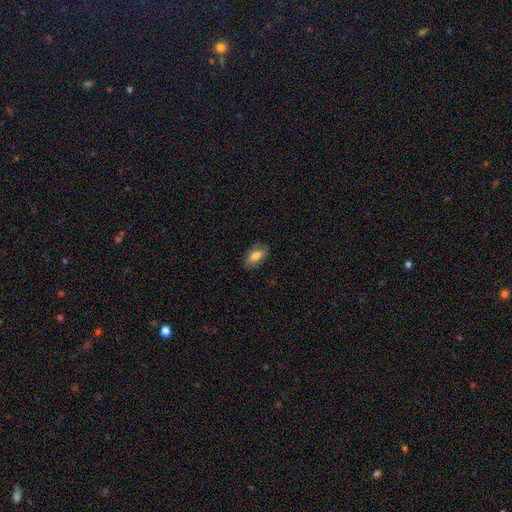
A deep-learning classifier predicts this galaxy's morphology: A smooth galaxy with no disk features (77%) that is in between round and cigar-shaped (91%).

Vote fractions:
- Smooth or featured? smooth: 77% / featured or disk: 16% / star or artifact: 7%
- How rounded? in between: 91% / round: 5% / cigar-shaped: 4%
- Merging? none: 79% / minor disturbance: 16% / major disturbance: 3% / merger: 1%